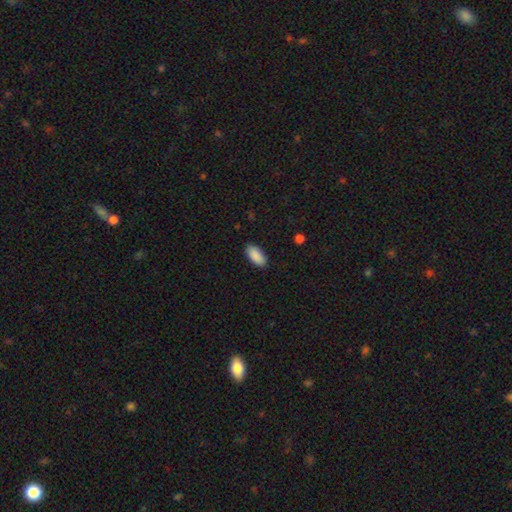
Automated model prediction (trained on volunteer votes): Q: Smooth or featured?
A: smooth (91%); runner-up: star or artifact (6%)
Q: How rounded?
A: in between (91%); runner-up: cigar-shaped (7%)
Q: Merging?
A: none (89%); runner-up: minor disturbance (8%)